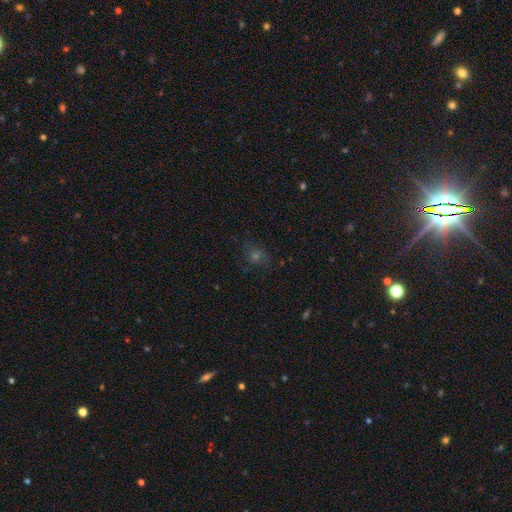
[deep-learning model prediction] smooth-or-featured: star or artifact: 40% | smooth: 37% | featured or disk: 22%